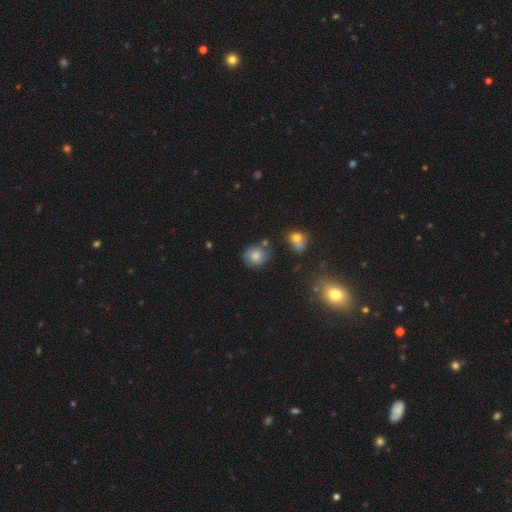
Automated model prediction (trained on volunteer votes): Smooth or featured?
  - smooth: 66% *
  - featured or disk: 23%
  - star or artifact: 12%
How rounded?
  - round: 74% *
  - in between: 24%
  - cigar-shaped: 1%
Merging?
  - none: 64% *
  - minor disturbance: 22%
  - merger: 8%
  - major disturbance: 7%